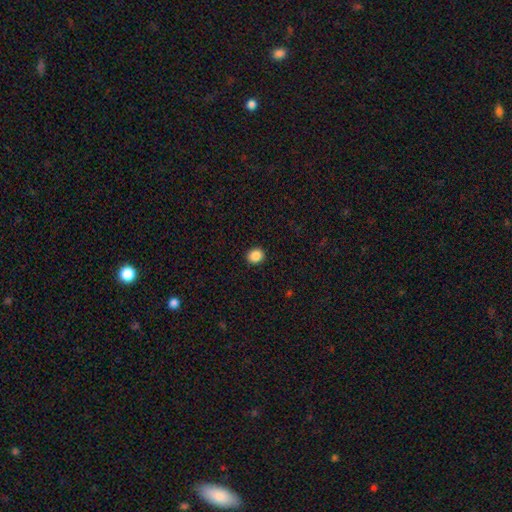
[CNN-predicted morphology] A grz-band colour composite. It shows a smooth galaxy with no disk features (88%) that is round (78%). Merging: none (92%).